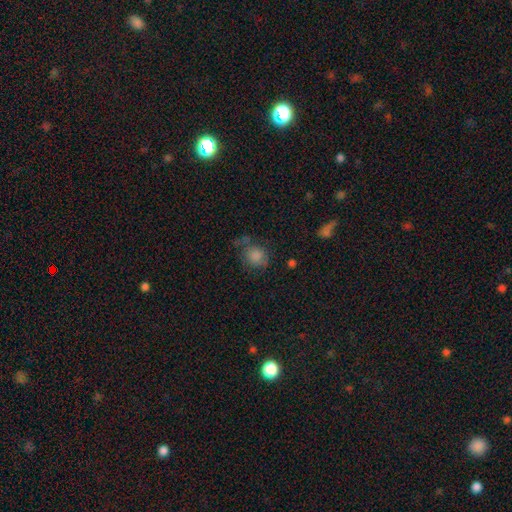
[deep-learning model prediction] Smooth or featured?
  - smooth: 82% *
  - star or artifact: 10%
  - featured or disk: 8%
How rounded?
  - round: 76% *
  - in between: 23%
  - cigar-shaped: 1%
Merging?
  - none: 57% *
  - minor disturbance: 24%
  - major disturbance: 12%
  - merger: 7%